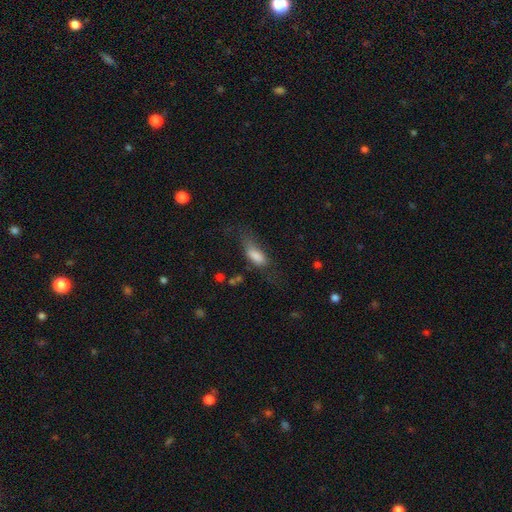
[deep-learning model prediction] Morphology: type=smooth (74%); roundness=in between (72%); merging=none (38%).